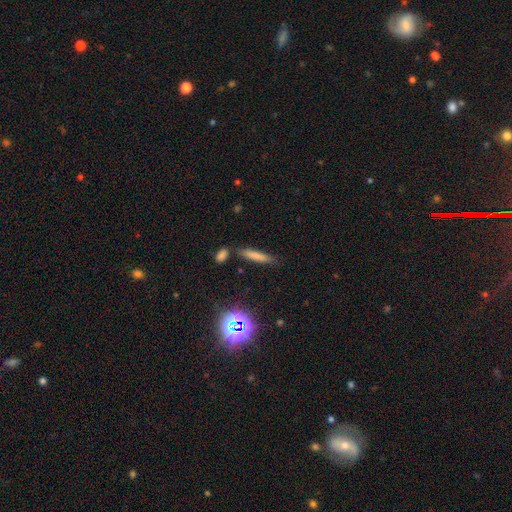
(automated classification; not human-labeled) This is likely a smooth galaxy (73%). How rounded: clearly cigar-shaped (84%). Merging: likely none (76%).